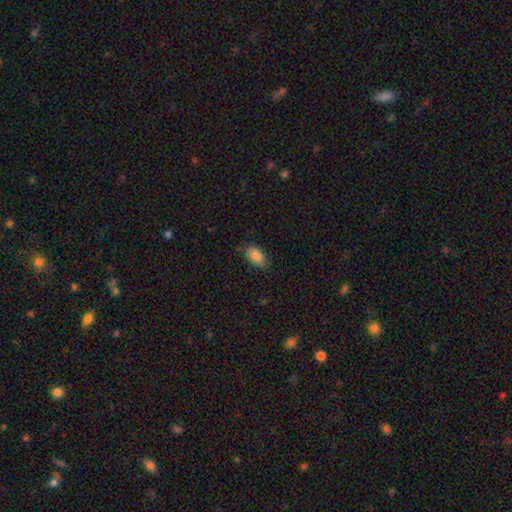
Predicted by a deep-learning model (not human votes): Smooth or featured? smooth (86%)
How rounded? in between (93%)
Merging? none (81%)